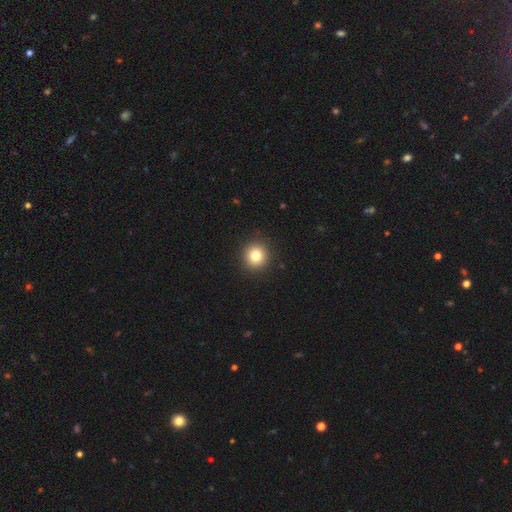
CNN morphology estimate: Smooth or featured?
  - smooth: 81% *
  - star or artifact: 11%
  - featured or disk: 8%
How rounded?
  - round: 91% *
  - in between: 8%
  - cigar-shaped: 1%
Merging?
  - none: 92% *
  - minor disturbance: 5%
  - major disturbance: 2%
  - merger: 1%